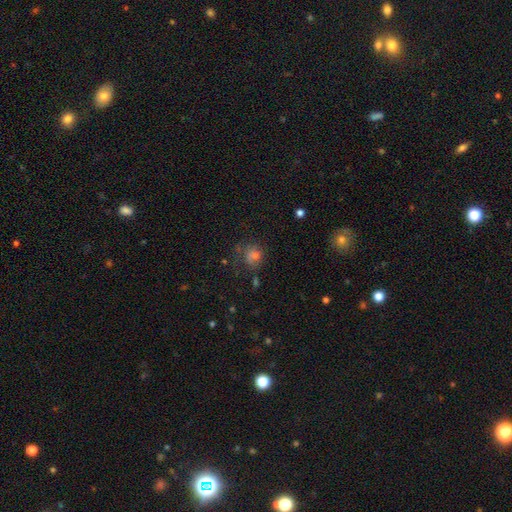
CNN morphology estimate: Overall: smooth (52%; star or artifact 26%). How rounded: round (75%). Merging: none (56%; minor disturbance 20%).